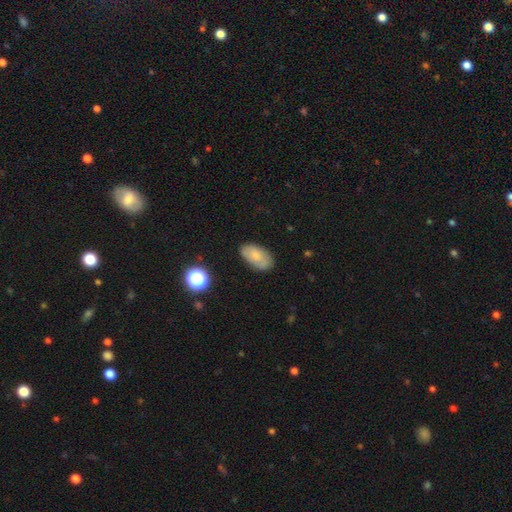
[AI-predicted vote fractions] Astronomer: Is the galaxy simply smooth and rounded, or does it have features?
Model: smooth — 73%.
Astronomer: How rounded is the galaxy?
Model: in between — 93%.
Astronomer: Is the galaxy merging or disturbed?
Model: none — 78%.